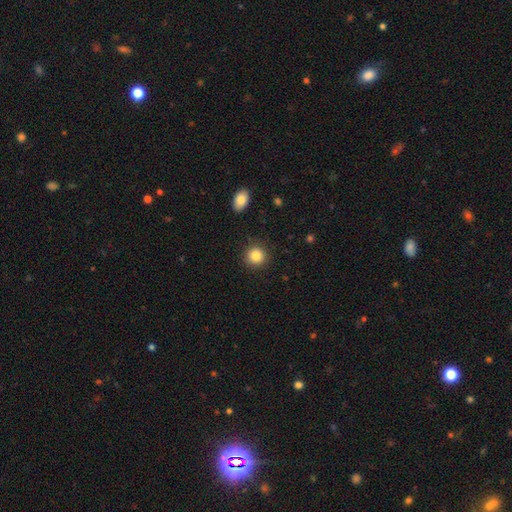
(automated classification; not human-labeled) Smooth or featured?
  - smooth: 85% *
  - star or artifact: 9%
  - featured or disk: 5%
How rounded?
  - round: 90% *
  - in between: 9%
  - cigar-shaped: 1%
Merging?
  - none: 89% *
  - minor disturbance: 7%
  - major disturbance: 2%
  - merger: 1%